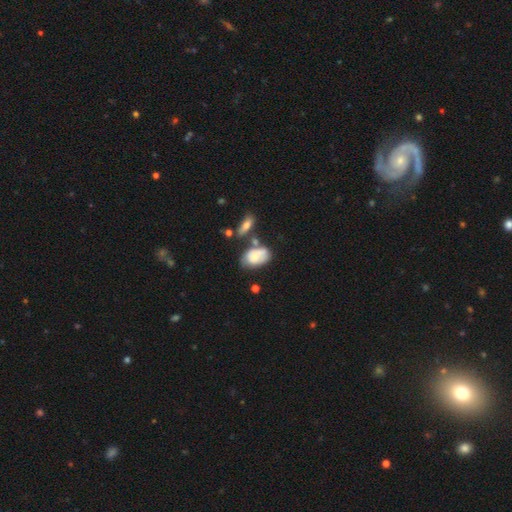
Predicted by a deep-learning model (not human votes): Q: Smooth or featured?
A: smooth (68%); runner-up: featured or disk (25%)
Q: How rounded?
A: in between (89%); runner-up: round (10%)
Q: Merging?
A: none (43%); runner-up: minor disturbance (27%)